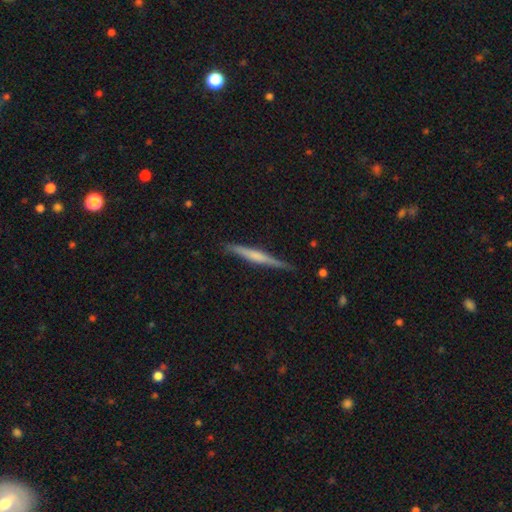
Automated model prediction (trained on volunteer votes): smooth-or-featured: featured or disk: 57% | smooth: 37% | star or artifact: 6%
  disk-edge-on: yes: 98% | no: 2%
    edge-on-bulge: rounded: 39% (tied) | none: 39% (tied) | boxy: 22%
  merging: none: 86% | minor disturbance: 11% | major disturbance: 2% | merger: 1%